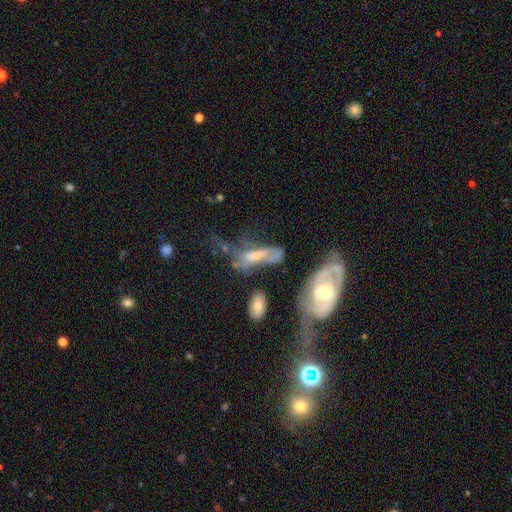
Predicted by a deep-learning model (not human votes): A featured or disk galaxy (62%). Merging: major disturbance (33%).